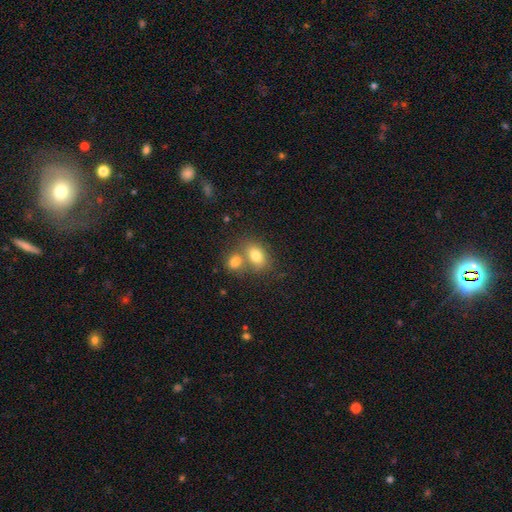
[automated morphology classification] The model was most divided on "merging" (2-way tie): merger: 43%, none: 43%, minor disturbance: 10%, major disturbance: 4%. More confident: smooth or featured — smooth (78%); how rounded — in between (75%).